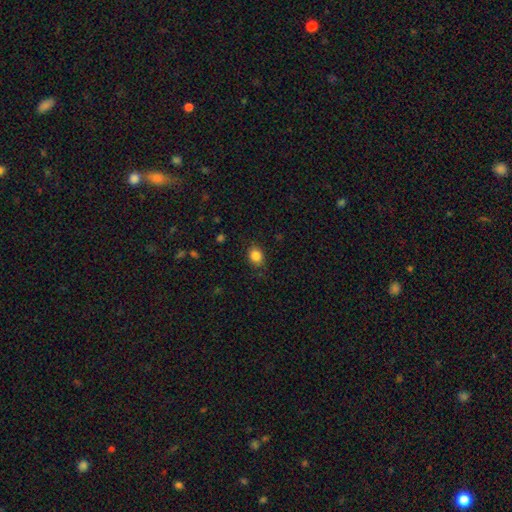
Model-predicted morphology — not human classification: A smooth galaxy with no disk features (85%) that is round (56%).

Vote fractions:
- Smooth or featured? smooth: 85% / star or artifact: 10% / featured or disk: 5%
- How rounded? round: 56% / in between: 43% / cigar-shaped: 1%
- Merging? none: 83% / minor disturbance: 13% / major disturbance: 3% / merger: 1%